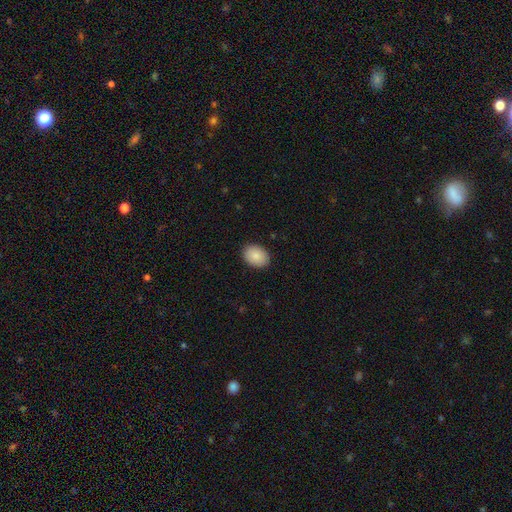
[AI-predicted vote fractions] This appears to be a smooth galaxy with no disk features (87%) that is in between round and cigar-shaped (69%). Merging: none (89%).